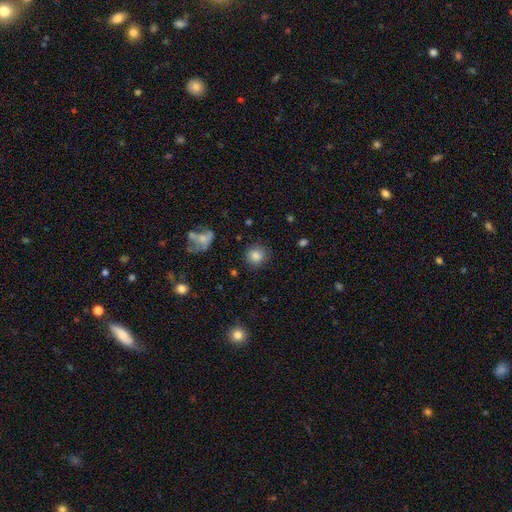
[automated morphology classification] This is clearly a smooth galaxy (83%). How rounded: clearly round (88%). Merging: clearly none (85%).